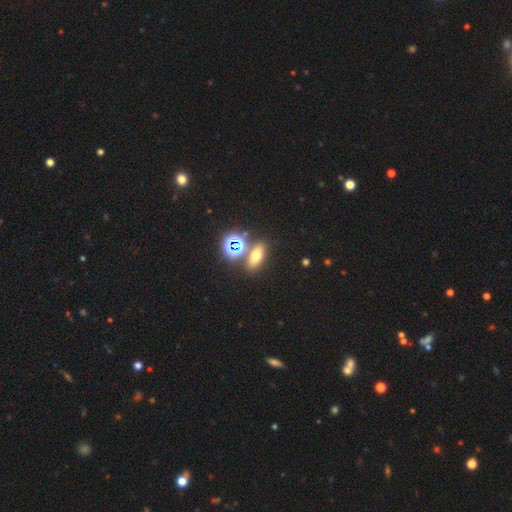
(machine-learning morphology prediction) Overall: smooth (54%; star or artifact 31%). How rounded: in between (63%; round 24%). Merging: none (74%).